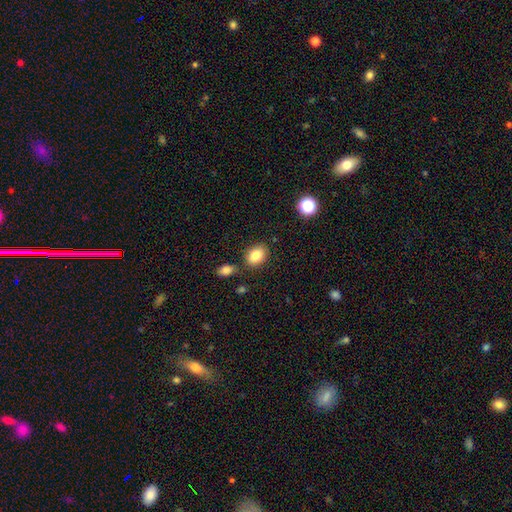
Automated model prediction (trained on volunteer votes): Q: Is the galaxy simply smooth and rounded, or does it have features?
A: smooth — 84%.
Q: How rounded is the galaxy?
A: in between — 72%.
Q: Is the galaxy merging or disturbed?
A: none — 79%.